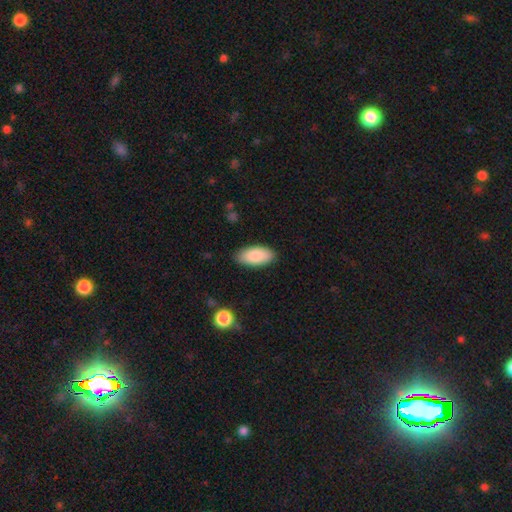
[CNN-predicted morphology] Smooth or featured: smooth — 87% (featured or disk — 7%)
How rounded: in between — 92% (cigar-shaped — 5%)
Merging: none — 86% (minor disturbance — 10%)